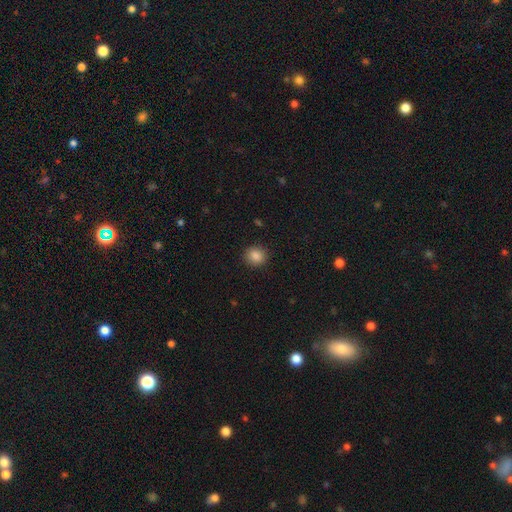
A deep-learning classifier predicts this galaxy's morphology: Smooth or featured: smooth — 86% (star or artifact — 10%)
How rounded: round — 80% (in between — 19%)
Merging: none — 90% (minor disturbance — 7%)